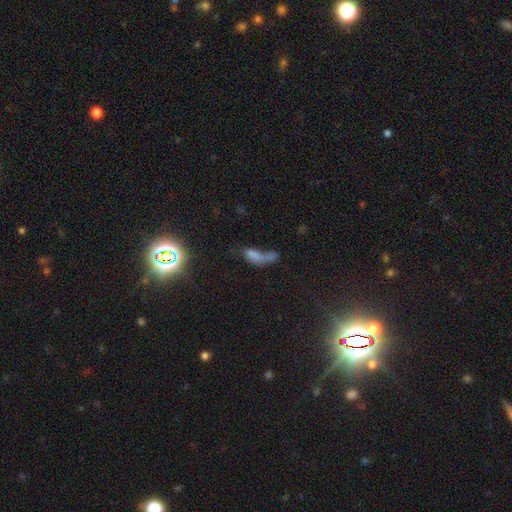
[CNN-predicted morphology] The model was most divided on "merging": merger: 33%, major disturbance: 31%, none: 23%, minor disturbance: 14%. More confident: how rounded — in between (61%); smooth or featured — smooth (55%).